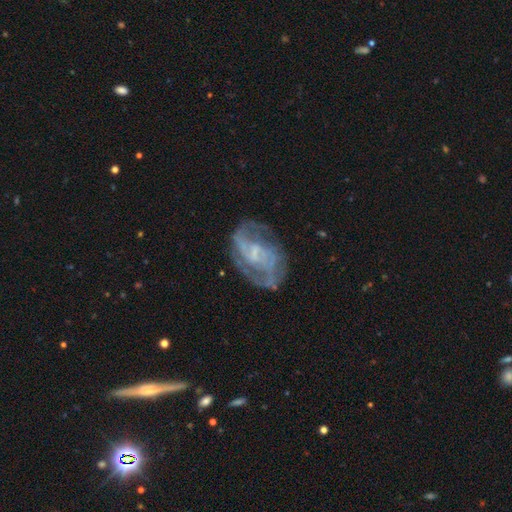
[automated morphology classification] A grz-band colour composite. It shows a featured or disk galaxy (81%) with no bar (49%), 2 (51%) medium (45%) spiral arms (91%) and a small central bulge (58%). Merging: none (70%).